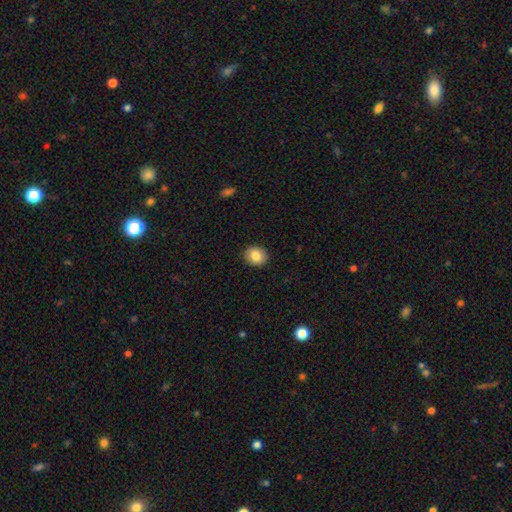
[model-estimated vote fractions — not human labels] Overall: smooth (84%). How rounded: round (65%; in between 34%). Merging: none (91%).